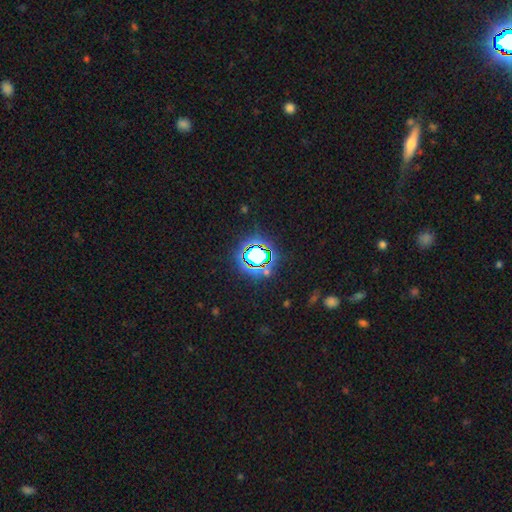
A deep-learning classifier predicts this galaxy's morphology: A star or artifact, not a galaxy (70%).

Vote fractions:
- Smooth or featured? star or artifact: 70% / smooth: 19% / featured or disk: 11%